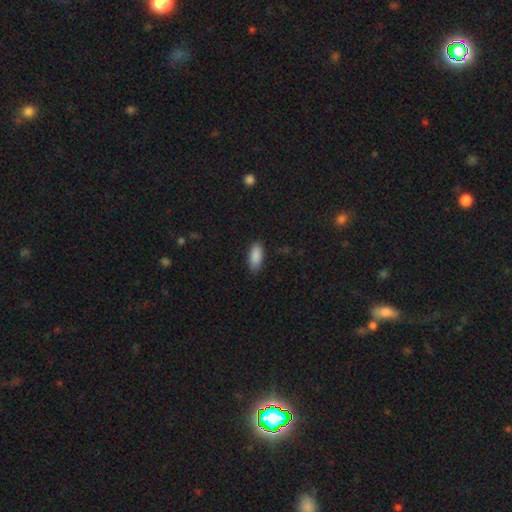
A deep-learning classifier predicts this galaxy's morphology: Smooth or featured? smooth (89%)
How rounded? in between (86%)
Merging? none (83%)